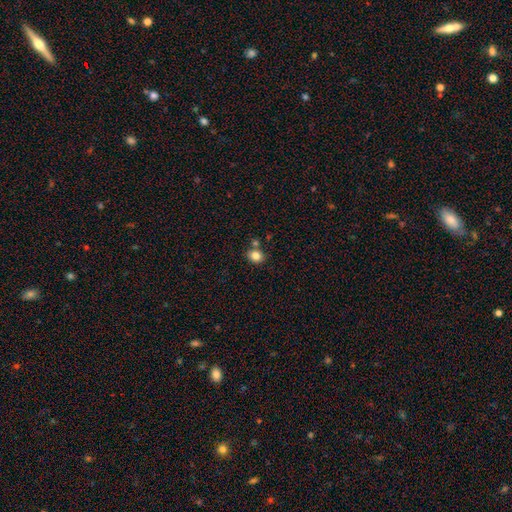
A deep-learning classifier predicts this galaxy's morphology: Q: Smooth or featured?
A: smooth (83%); runner-up: star or artifact (11%)
Q: How rounded?
A: round (56%); runner-up: in between (43%)
Q: Merging?
A: none (72%); runner-up: merger (14%)